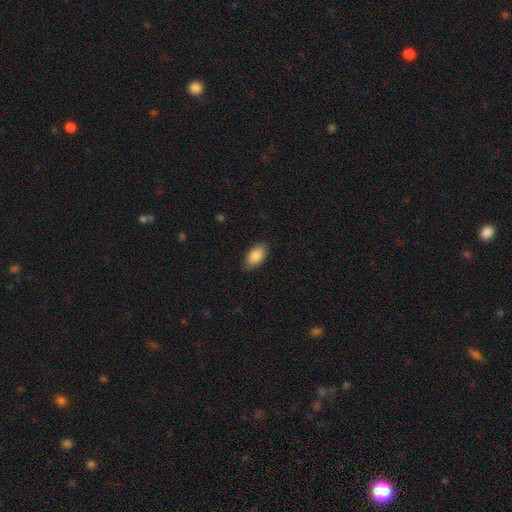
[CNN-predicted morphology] A smooth galaxy with no disk features (88%) that is in between round and cigar-shaped (93%). Merging: none (86%).